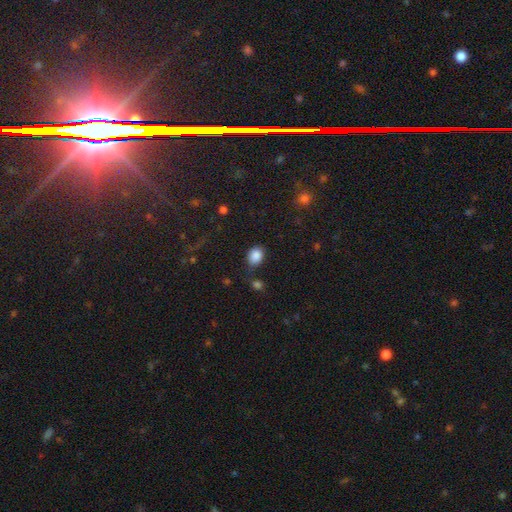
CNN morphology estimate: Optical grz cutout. It shows a smooth galaxy with no disk features (87%) that is in between round and cigar-shaped (52%). Merging: none (73%).